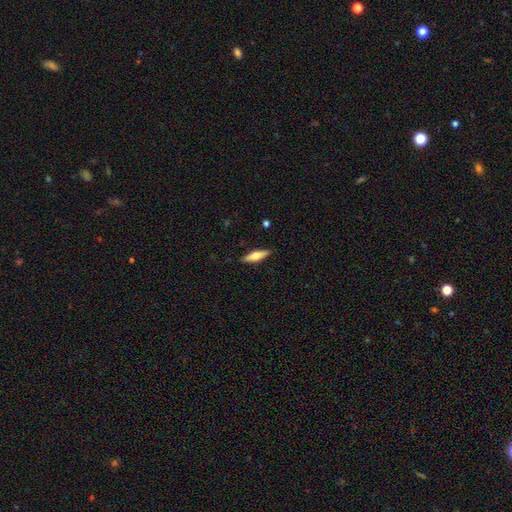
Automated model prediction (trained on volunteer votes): A smooth galaxy with no disk features (50%). Merging: none (88%).